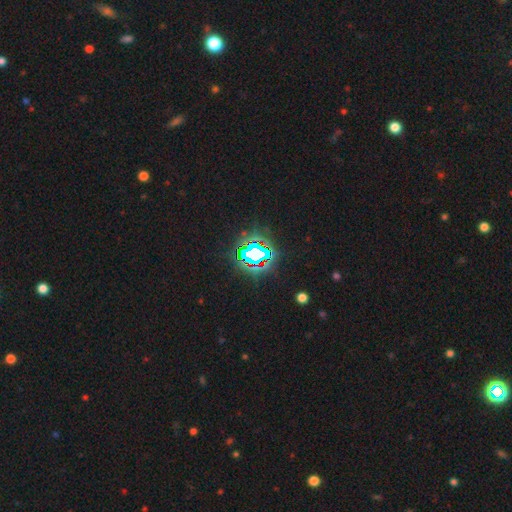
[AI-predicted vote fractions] Smooth or featured? star or artifact (73%)